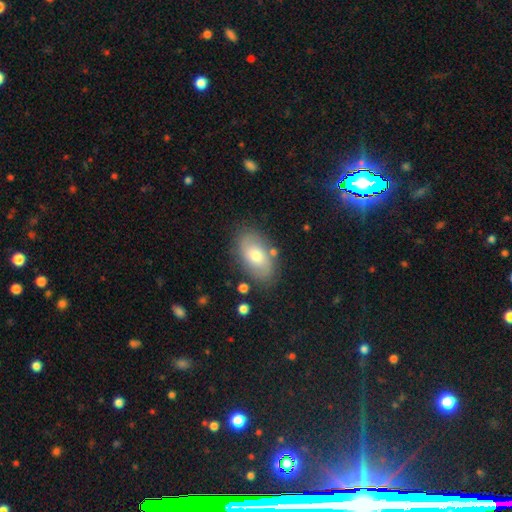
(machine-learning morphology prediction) Smooth or featured? smooth (58%)
How rounded? in between (91%)
Merging? none (77%)